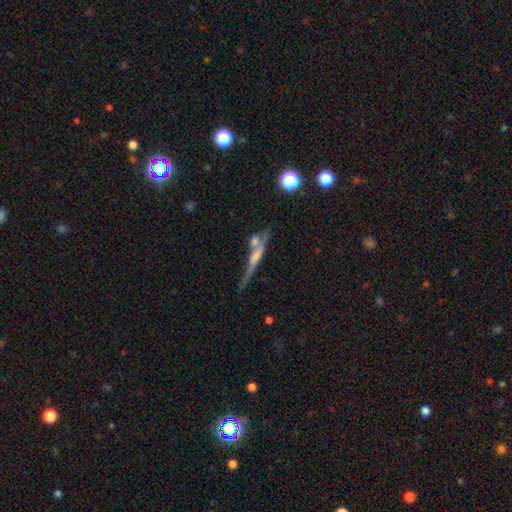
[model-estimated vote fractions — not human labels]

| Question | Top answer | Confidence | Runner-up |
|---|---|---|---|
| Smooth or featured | featured or disk | 58% | smooth (27%) |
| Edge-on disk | yes | 89% | no (11%) |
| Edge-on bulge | rounded | 61% | none (27%) |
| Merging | none | 60% | merger (18%) |